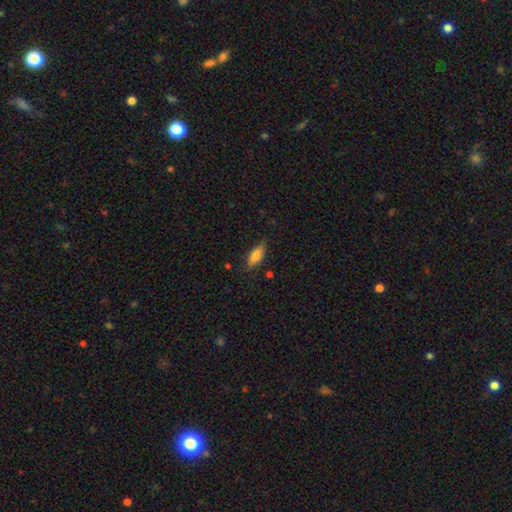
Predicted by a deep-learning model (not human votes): A smooth galaxy with no disk features (75%) that is in between round and cigar-shaped (77%). Merging: none (73%).